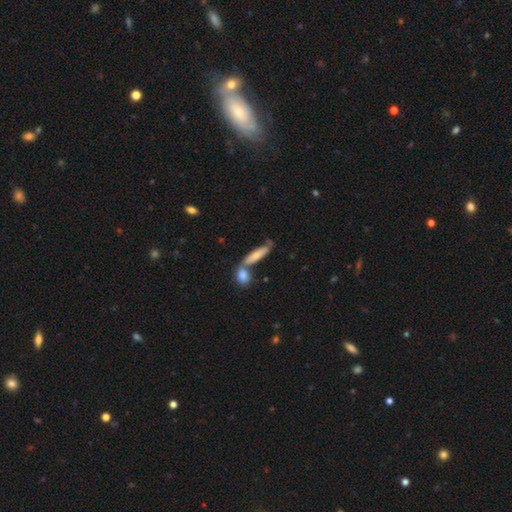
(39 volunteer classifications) This is possibly a smooth galaxy (59%). How rounded: likely cigar-shaped (78%). Merging: possibly none (57%).